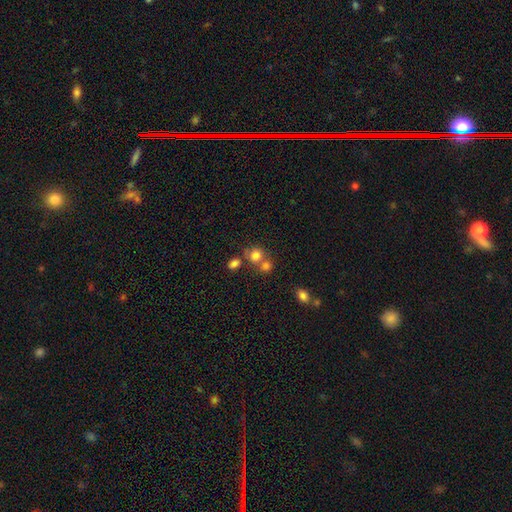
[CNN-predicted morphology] A smooth galaxy with no disk features (76%) that is round (79%).

Vote fractions:
- Smooth or featured? smooth: 76% / star or artifact: 14% / featured or disk: 10%
- How rounded? round: 79% / in between: 20% / cigar-shaped: 1%
- Merging? none: 49% / merger: 37% / minor disturbance: 9% / major disturbance: 4%